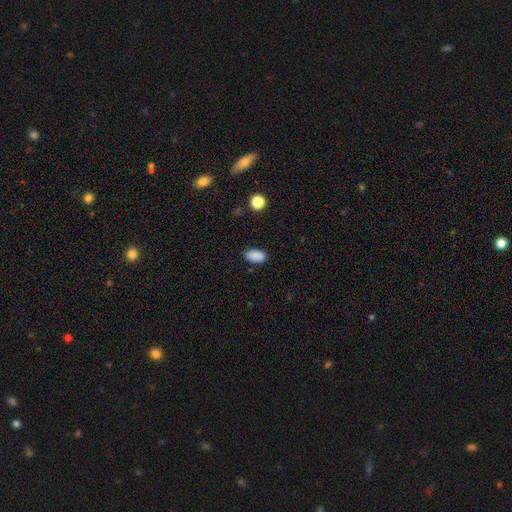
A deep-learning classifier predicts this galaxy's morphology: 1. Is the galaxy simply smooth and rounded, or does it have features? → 88% smooth, 9% star or artifact, 3% featured or disk.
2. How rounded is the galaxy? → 93% in between, 5% round, 2% cigar-shaped.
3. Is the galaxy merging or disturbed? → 86% none, 10% minor disturbance, 2% major disturbance, 1% merger.